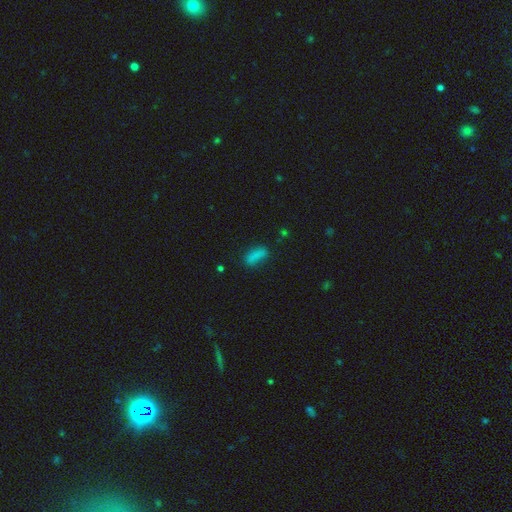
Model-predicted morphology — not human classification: This appears to be a smooth galaxy with no disk features (82%) that is in between round and cigar-shaped (64%). Merging: none (65%).